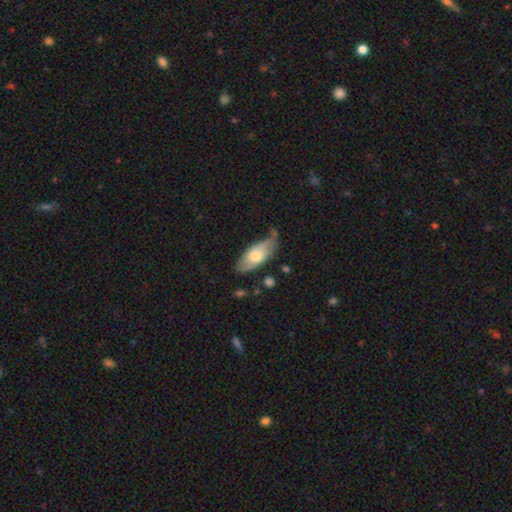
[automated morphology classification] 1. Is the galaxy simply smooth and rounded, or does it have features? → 64% smooth, 31% featured or disk, 6% star or artifact.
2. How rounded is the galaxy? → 85% in between, 12% cigar-shaped, 2% round.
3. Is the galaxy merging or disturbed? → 52% none, 33% minor disturbance, 9% major disturbance, 5% merger.